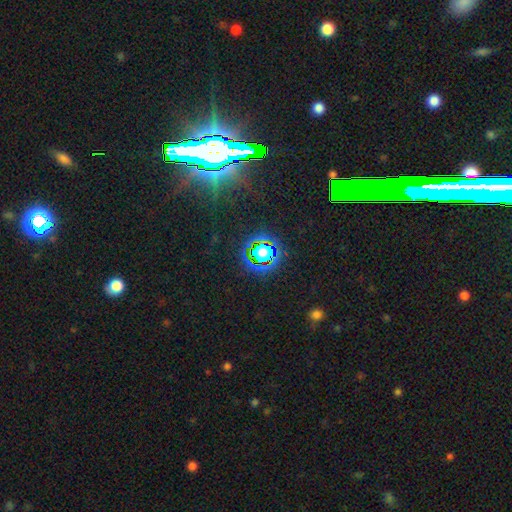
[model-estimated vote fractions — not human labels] Morphology: type=star or artifact (79%).